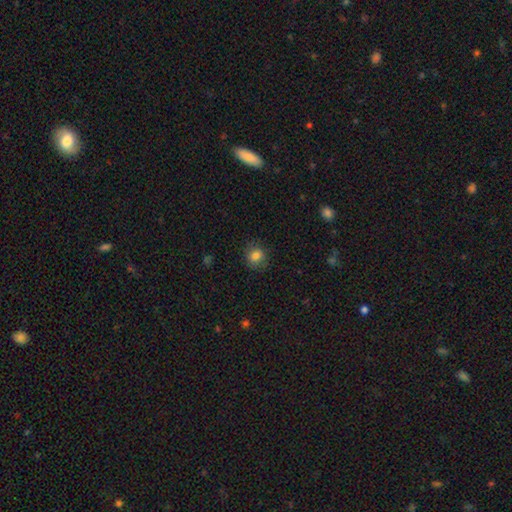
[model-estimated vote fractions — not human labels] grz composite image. It shows a smooth galaxy with no disk features (82%) that is round (82%). Merging: none (84%).